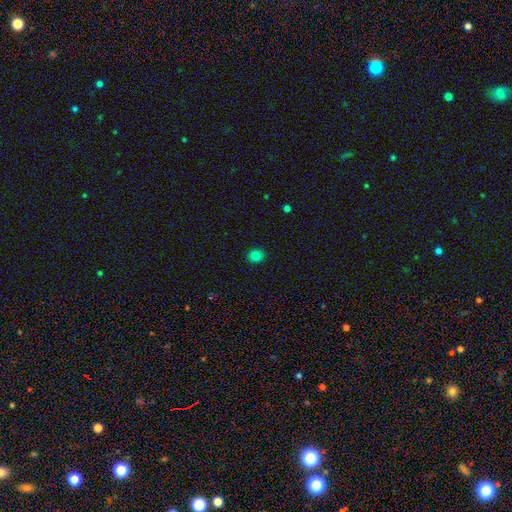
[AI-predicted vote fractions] smooth-or-featured: smooth: 82% | star or artifact: 13% | featured or disk: 5%
  how-rounded: round: 77% | in between: 22% | cigar-shaped: 1%
  merging: none: 91% | minor disturbance: 7% | major disturbance: 2% | merger: 1%